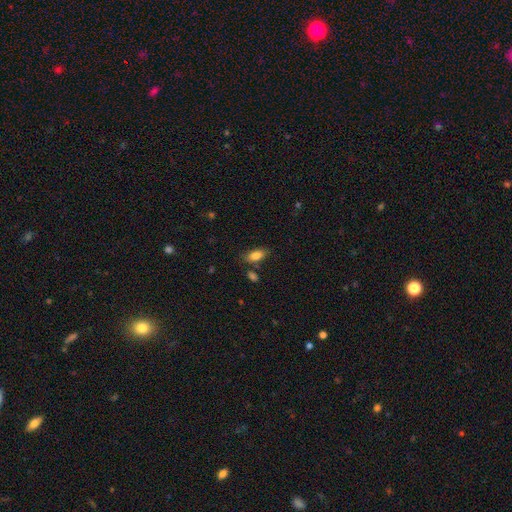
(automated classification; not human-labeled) Smooth or featured: smooth — 85% (star or artifact — 8%)
How rounded: in between — 90% (cigar-shaped — 6%)
Merging: none — 76% (minor disturbance — 14%)